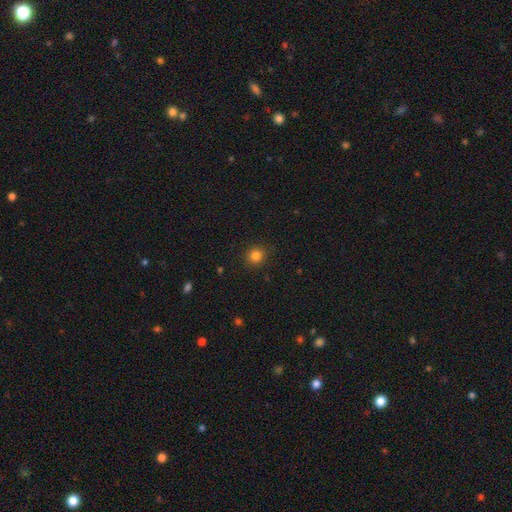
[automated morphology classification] smooth-or-featured: smooth: 83% | star or artifact: 12% | featured or disk: 4%
  how-rounded: round: 89% | in between: 10% | cigar-shaped: 1%
  merging: none: 89% | minor disturbance: 7% | major disturbance: 2% | merger: 1%